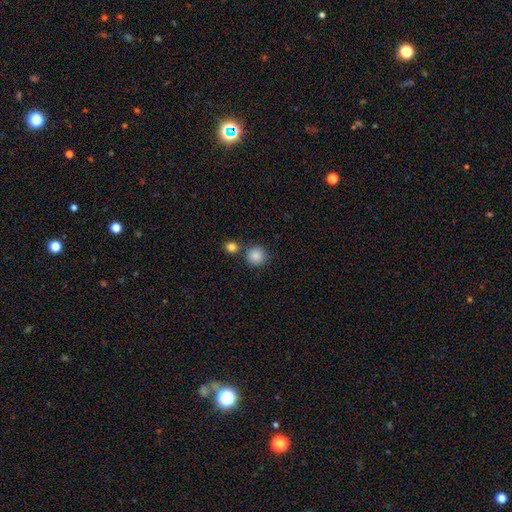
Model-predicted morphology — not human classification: Smooth or featured: smooth — 86% (star or artifact — 10%)
How rounded: round — 93% (in between — 6%)
Merging: none — 75% (merger — 15%)